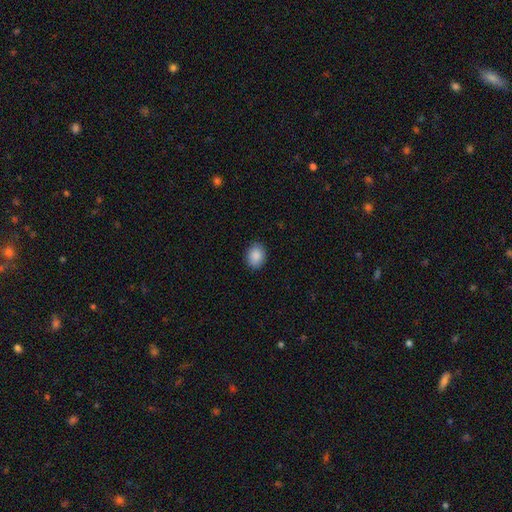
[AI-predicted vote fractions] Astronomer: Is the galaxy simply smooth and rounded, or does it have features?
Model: smooth — 89%.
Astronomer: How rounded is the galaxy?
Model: in between — 57% (runner-up: round, 42%).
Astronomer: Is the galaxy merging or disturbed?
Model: none — 88%.